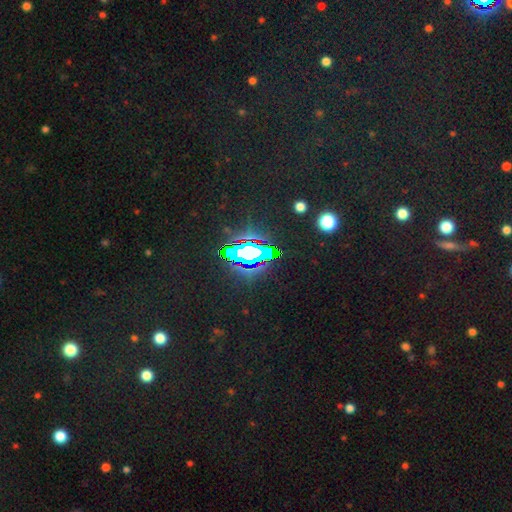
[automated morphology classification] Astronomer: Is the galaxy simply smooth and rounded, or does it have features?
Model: star or artifact — 75%.